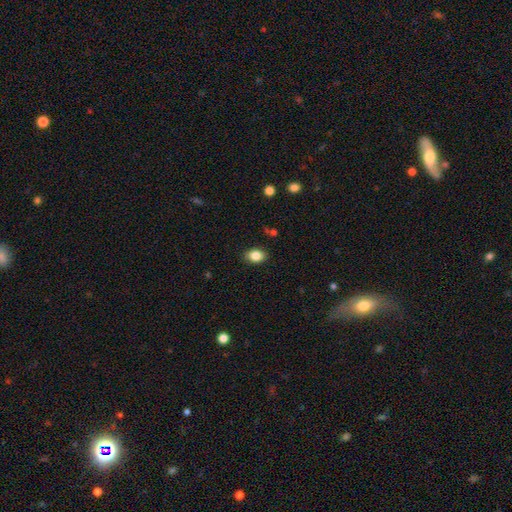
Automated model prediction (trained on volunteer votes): Smooth or featured?
  - smooth: 84% *
  - star or artifact: 9%
  - featured or disk: 7%
How rounded?
  - in between: 76% *
  - round: 23%
  - cigar-shaped: 1%
Merging?
  - none: 87% *
  - minor disturbance: 10%
  - major disturbance: 2%
  - merger: 1%